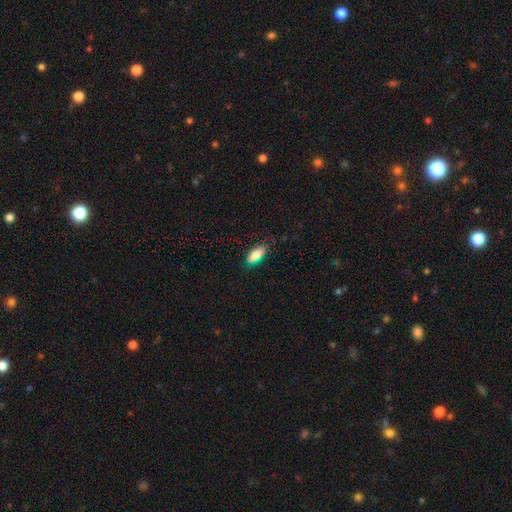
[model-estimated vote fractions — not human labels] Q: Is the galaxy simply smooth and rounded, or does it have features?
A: smooth — 81%.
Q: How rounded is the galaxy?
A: in between — 87%.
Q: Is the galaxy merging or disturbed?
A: none — 80%.